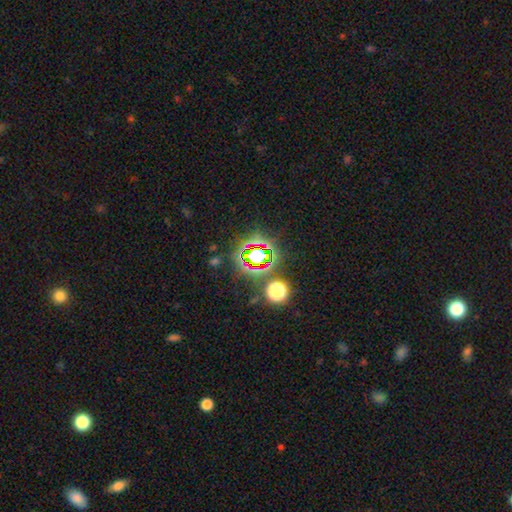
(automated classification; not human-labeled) The model was most divided on "smooth or featured": star or artifact: 71%, smooth: 19%, featured or disk: 10%.